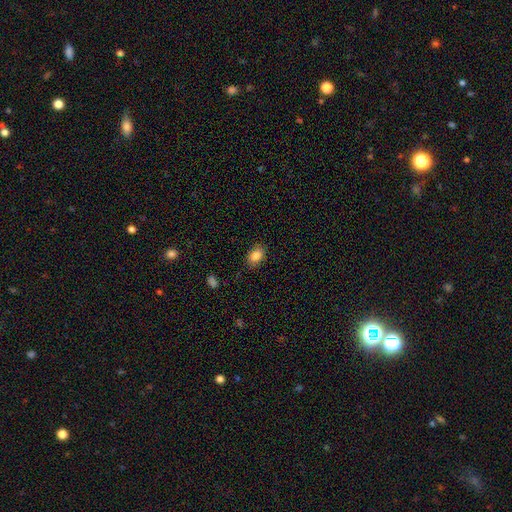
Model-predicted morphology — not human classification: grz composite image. It shows a smooth galaxy with no disk features (85%) that is in between round and cigar-shaped (82%). Merging: none (85%).